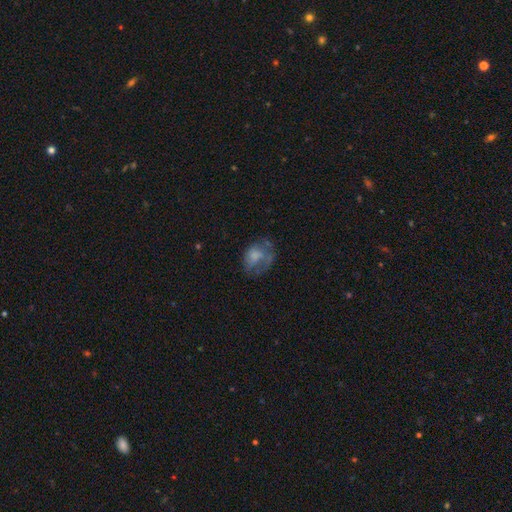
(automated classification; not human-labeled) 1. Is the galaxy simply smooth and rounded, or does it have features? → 52% smooth, 37% featured or disk, 11% star or artifact.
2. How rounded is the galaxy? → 63% in between, 36% round, 1% cigar-shaped.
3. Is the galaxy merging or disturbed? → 37% major disturbance, 34% none, 25% minor disturbance, 4% merger.